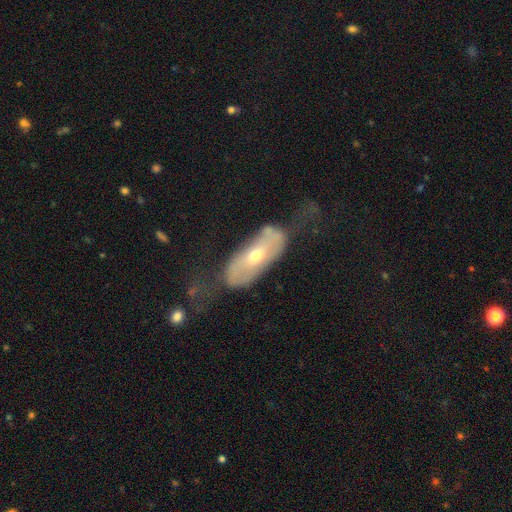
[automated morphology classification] Smooth or featured? featured or disk (61%)
Edge-on disk? no (79%)
Merging? none (45%)